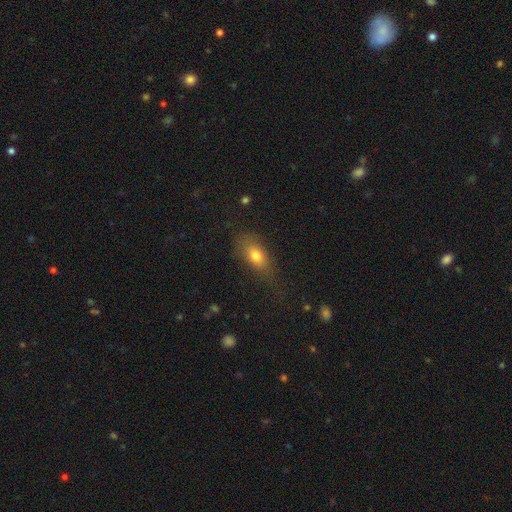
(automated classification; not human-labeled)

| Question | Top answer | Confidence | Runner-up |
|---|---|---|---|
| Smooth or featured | smooth | 76% | featured or disk (14%) |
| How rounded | in between | 83% | round (10%) |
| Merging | none | 59% | minor disturbance (24%) |